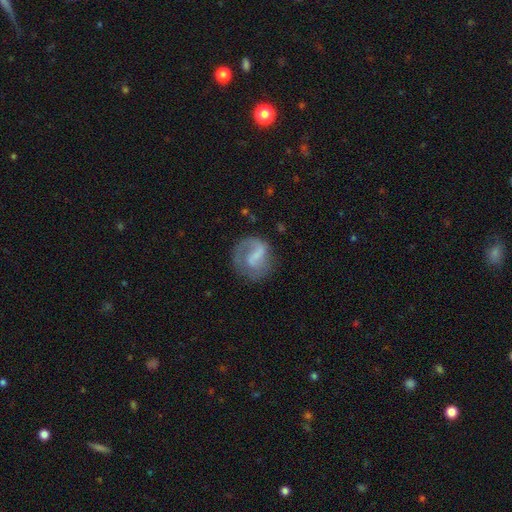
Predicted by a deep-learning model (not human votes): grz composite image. It shows a featured or disk galaxy (63%) with a weak bar (45%), spiral arms (81%) and no central bulge (46%). Merging: none (55%).